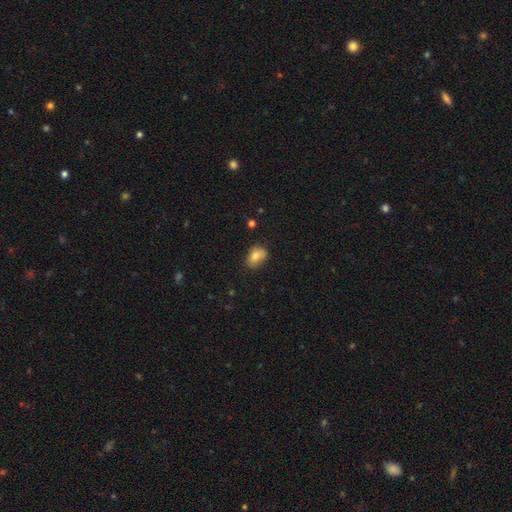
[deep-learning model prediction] Smooth or featured: smooth — 78% (featured or disk — 13%)
How rounded: in between — 75% (round — 24%)
Merging: none — 66% (minor disturbance — 25%)